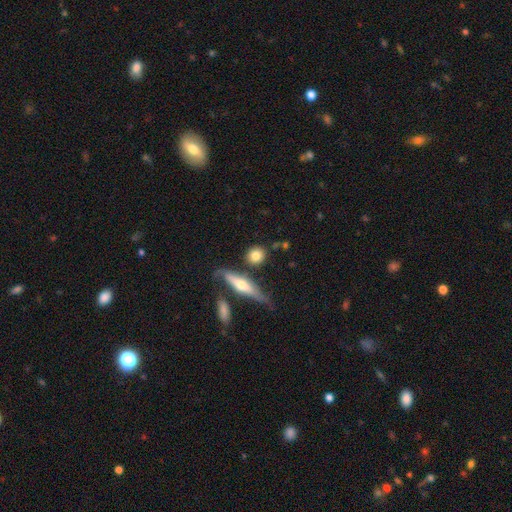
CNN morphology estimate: A smooth galaxy with no disk features (77%) that is round (74%).

Vote fractions:
- Smooth or featured? smooth: 77% / featured or disk: 16% / star or artifact: 7%
- How rounded? round: 74% / in between: 18% / cigar-shaped: 8%
- Merging? none: 75% / minor disturbance: 11% / merger: 10% / major disturbance: 4%